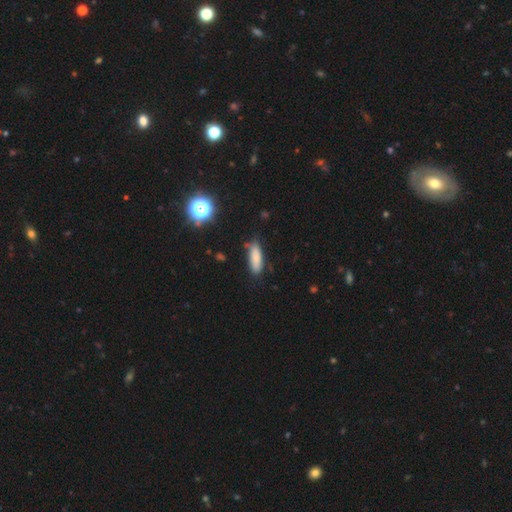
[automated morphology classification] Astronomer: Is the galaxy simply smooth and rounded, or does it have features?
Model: smooth — 81%.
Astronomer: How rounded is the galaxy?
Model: in between — 63%.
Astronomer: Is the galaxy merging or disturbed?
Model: none — 74%.